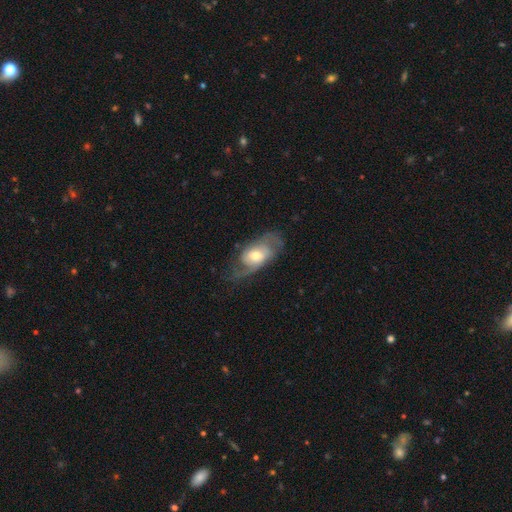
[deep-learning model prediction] smooth_or_featured: featured or disk (p=0.72) [alt: smooth p=0.23]
disk_edge_on: no (p=0.94) [alt: yes p=0.06]
bar: no (p=0.61) [alt: weak p=0.31]
has_spiral_arms: yes (p=0.87) [alt: no p=0.13]
spiral_winding: medium (p=0.44) [alt: loose p=0.34]
spiral_arm_count: 2 (p=0.68) [alt: can't tell p=0.15]
bulge_size: moderate (p=0.66) [alt: small p=0.21]
merging: none (p=0.58) [alt: minor disturbance p=0.22]